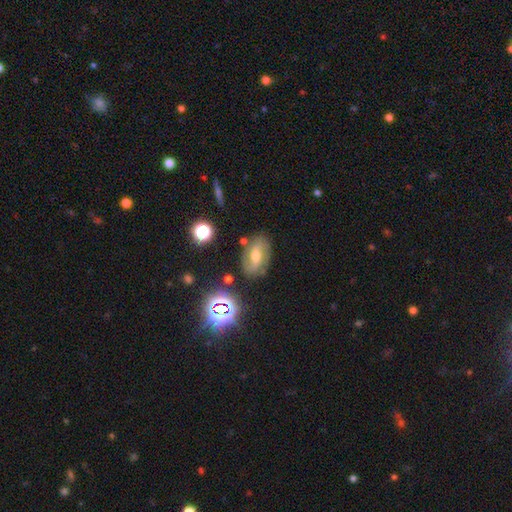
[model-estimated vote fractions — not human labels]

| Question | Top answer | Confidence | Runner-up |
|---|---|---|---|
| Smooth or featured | featured or disk | 57% | smooth (24%) |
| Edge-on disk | no | 93% | yes (7%) |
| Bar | weak | 44% | no (29%) |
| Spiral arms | yes | 82% | no (18%) |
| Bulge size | moderate | 58% | small (32%) |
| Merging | none | 77% | minor disturbance (15%) |